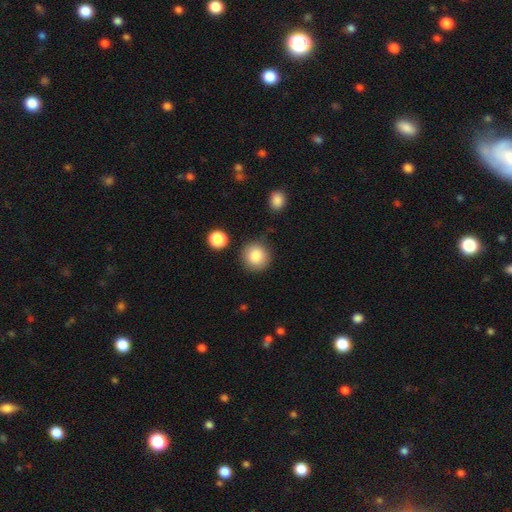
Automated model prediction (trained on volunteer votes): A smooth galaxy with no disk features (85%) that is round (92%). Merging: none (83%).